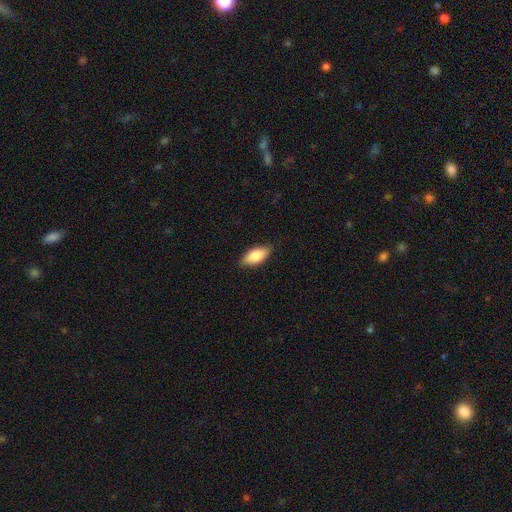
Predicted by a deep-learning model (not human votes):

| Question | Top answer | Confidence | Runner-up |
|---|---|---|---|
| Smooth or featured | smooth | 83% | featured or disk (11%) |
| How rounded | in between | 87% | cigar-shaped (11%) |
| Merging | none | 86% | minor disturbance (11%) |